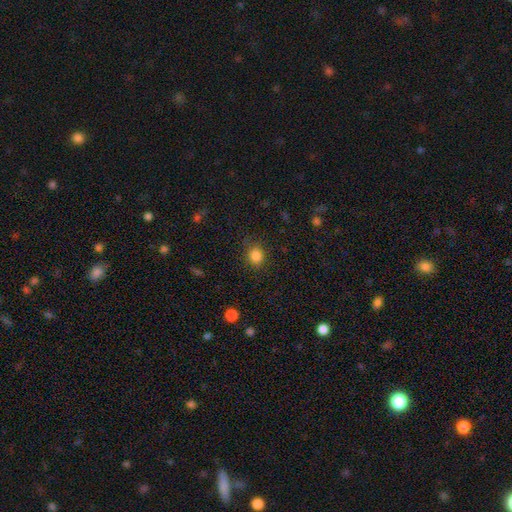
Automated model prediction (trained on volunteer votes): The model was most divided on "how rounded": round: 76%, in between: 23%, cigar-shaped: 1%. More confident: smooth or featured — smooth (84%); merging — none (82%).